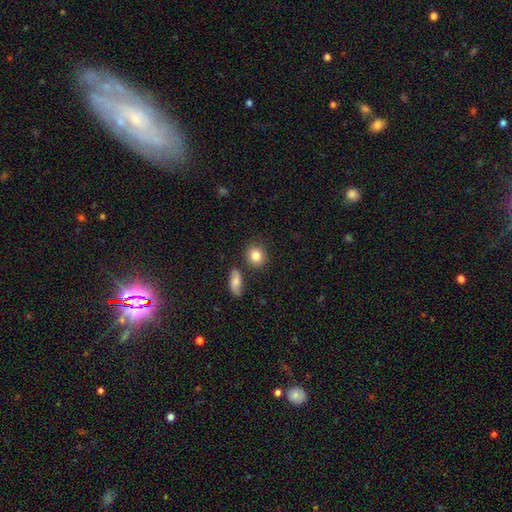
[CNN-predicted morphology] A smooth galaxy with no disk features (84%) that is round (75%). Merging: none (81%).